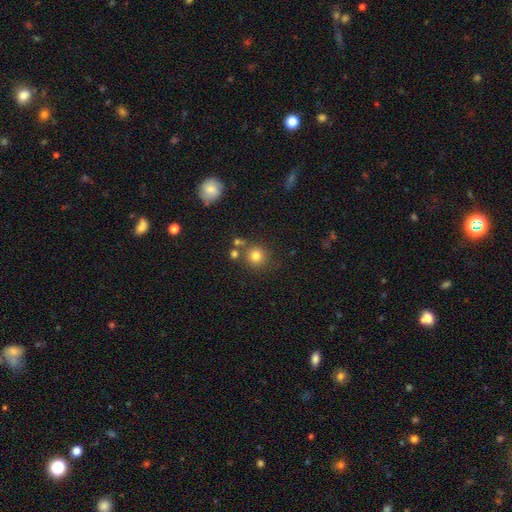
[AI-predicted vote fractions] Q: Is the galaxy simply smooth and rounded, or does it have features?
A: smooth — 79%.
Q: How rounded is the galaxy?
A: round — 91%.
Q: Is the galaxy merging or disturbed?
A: none — 73%.